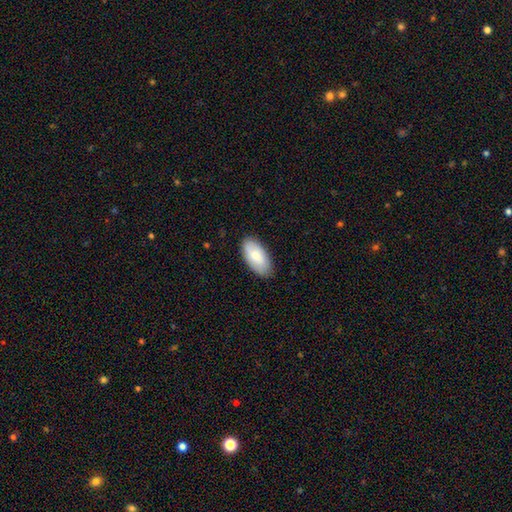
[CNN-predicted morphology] Smooth or featured? Predicted: smooth (p=0.80). How rounded? Predicted: in between (p=0.94). Merging? Predicted: none (p=0.85).